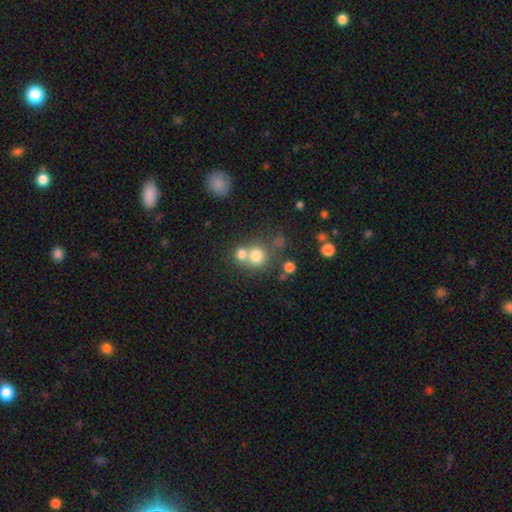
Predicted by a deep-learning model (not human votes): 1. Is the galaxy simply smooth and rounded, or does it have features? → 74% smooth, 14% star or artifact, 12% featured or disk.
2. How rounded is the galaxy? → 86% round, 13% in between, 1% cigar-shaped.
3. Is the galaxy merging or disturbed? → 45% none, 43% merger, 7% minor disturbance, 4% major disturbance.